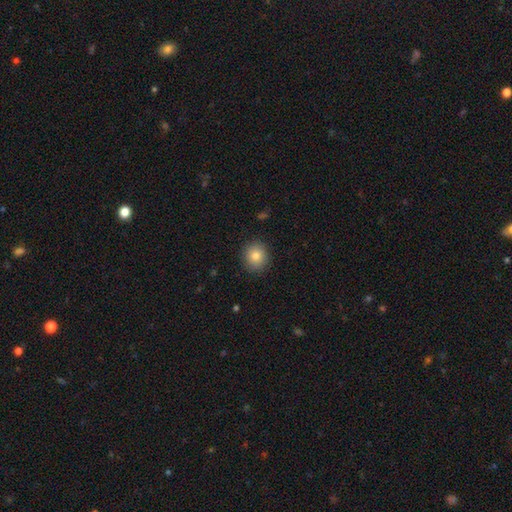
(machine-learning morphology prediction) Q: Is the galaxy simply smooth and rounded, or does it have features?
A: smooth — 82%.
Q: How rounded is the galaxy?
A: round — 84%.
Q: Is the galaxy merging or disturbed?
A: none — 90%.